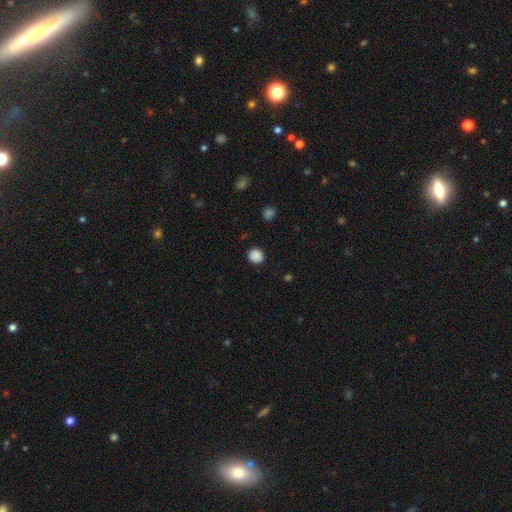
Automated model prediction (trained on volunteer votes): Q: Smooth or featured?
A: smooth (88%); runner-up: star or artifact (10%)
Q: How rounded?
A: round (88%); runner-up: in between (12%)
Q: Merging?
A: none (90%); runner-up: minor disturbance (6%)